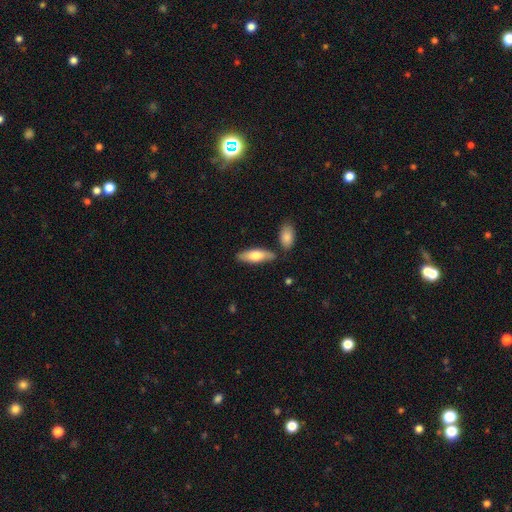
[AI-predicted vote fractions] The model was most divided on "how rounded": in between: 58%, cigar-shaped: 40%, round: 2%. More confident: merging — none (77%); smooth or featured — smooth (68%).